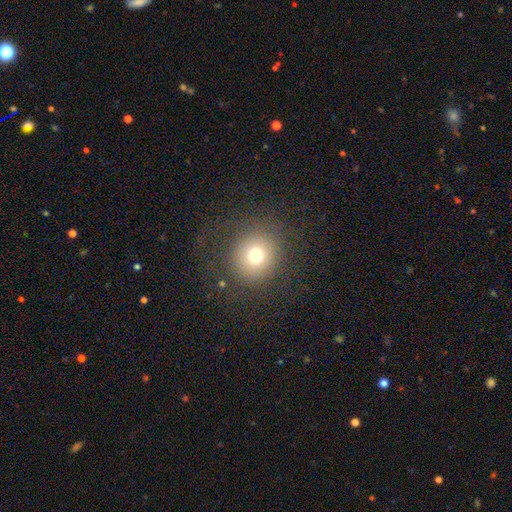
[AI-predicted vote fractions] This is likely a smooth galaxy (73%). How rounded: clearly round (90%). Merging: clearly none (80%).